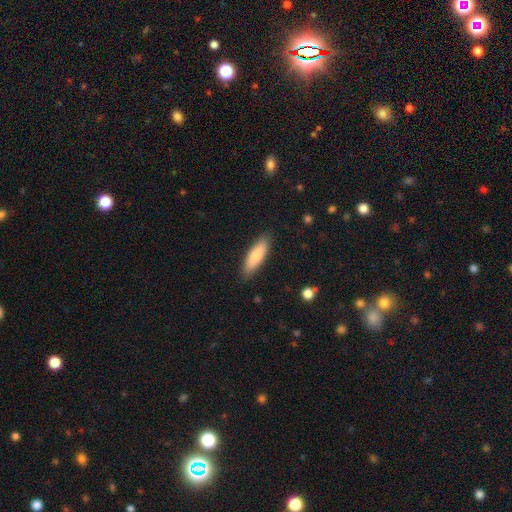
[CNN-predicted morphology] smooth-or-featured: smooth: 78% | featured or disk: 17% | star or artifact: 6%
  how-rounded: cigar-shaped: 53% | in between: 46% | round: 2%
  merging: none: 87% | minor disturbance: 10% | major disturbance: 2% | merger: 1%